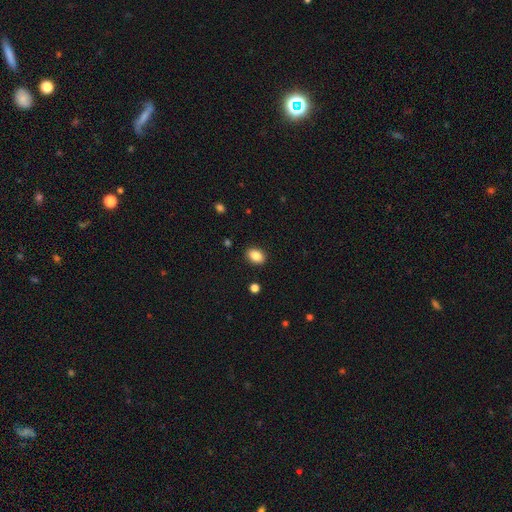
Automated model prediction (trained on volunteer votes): smooth 86%, star or artifact 9%, featured or disk 6%. Down the decision tree: how rounded — in between (80%); merging — none (89%).